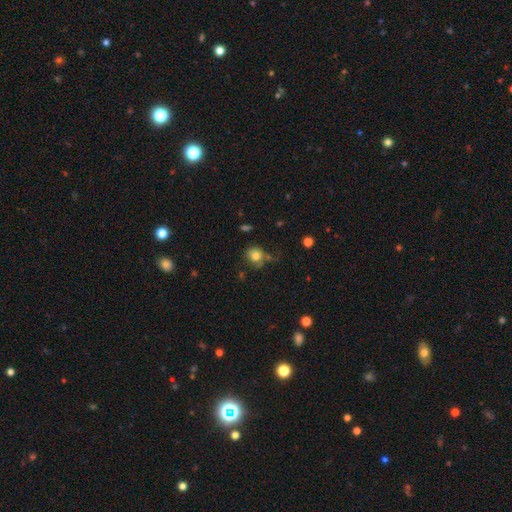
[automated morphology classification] smooth 79%, star or artifact 11%, featured or disk 10%. Down the decision tree: how rounded — round (79%); merging — none (57%).